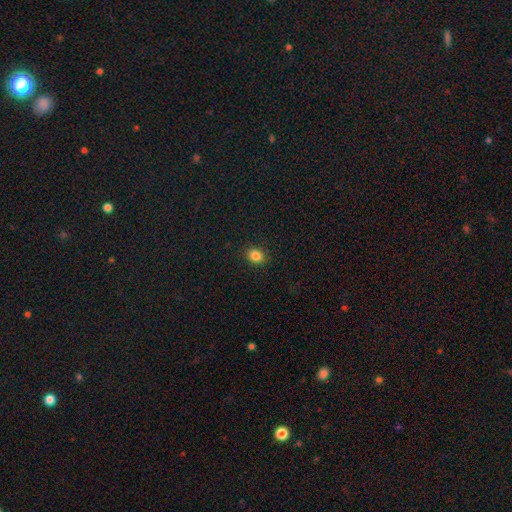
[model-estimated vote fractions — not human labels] A smooth galaxy with no disk features (85%) that is round (53%). Merging: none (90%).